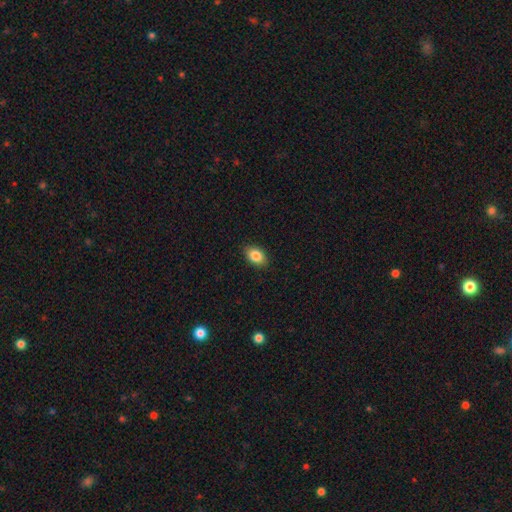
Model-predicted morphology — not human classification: type=smooth (86%); roundness=in between (85%); merging=none (89%).